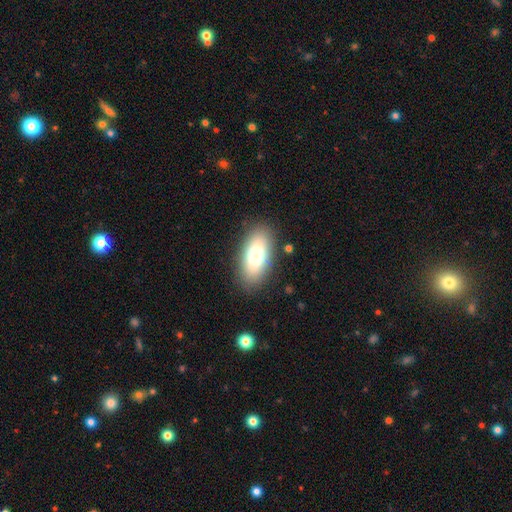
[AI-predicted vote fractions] This is likely a smooth galaxy (74%). How rounded: clearly in between (89%). Merging: clearly none (86%).